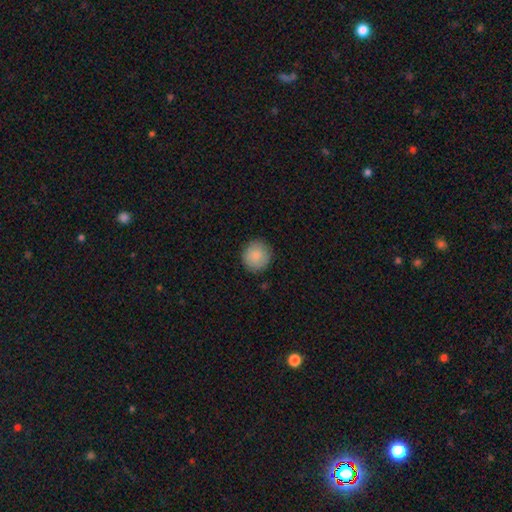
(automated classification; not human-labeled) Morphology: type=smooth (88%); roundness=round (93%); merging=none (90%).